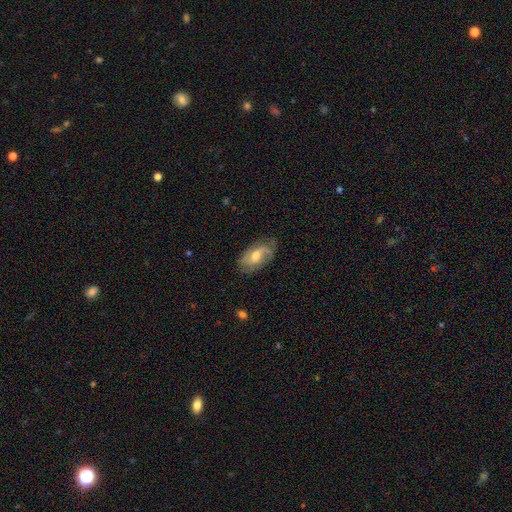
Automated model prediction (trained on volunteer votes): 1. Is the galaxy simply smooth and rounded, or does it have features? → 67% featured or disk, 26% smooth, 7% star or artifact.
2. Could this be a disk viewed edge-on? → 94% no, 6% yes.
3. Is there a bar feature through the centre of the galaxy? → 47% no, 44% weak, 9% strong.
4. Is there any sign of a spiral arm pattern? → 88% yes, 12% no.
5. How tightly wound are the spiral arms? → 42% medium, 36% loose, 23% tight.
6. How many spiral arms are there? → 64% 2, 15% 1, 14% can't tell, 3% 3, 1% 4, 1% more than 4.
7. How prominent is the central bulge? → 70% moderate, 17% small, 10% large, 2% none, 1% dominant.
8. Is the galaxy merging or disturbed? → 70% none, 21% minor disturbance, 7% major disturbance, 1% merger.